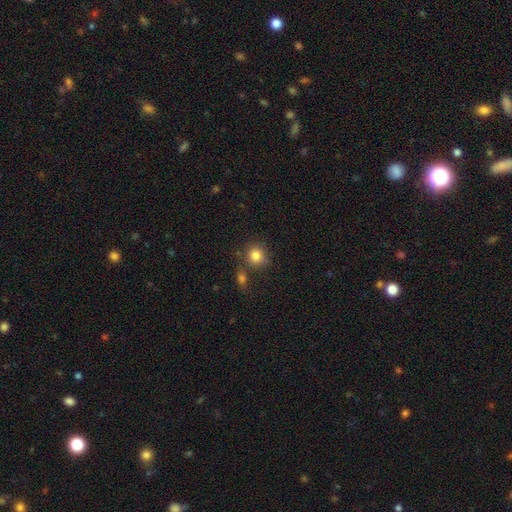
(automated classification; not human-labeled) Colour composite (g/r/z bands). It shows a smooth galaxy with no disk features (84%) that is round (87%). Merging: none (71%).